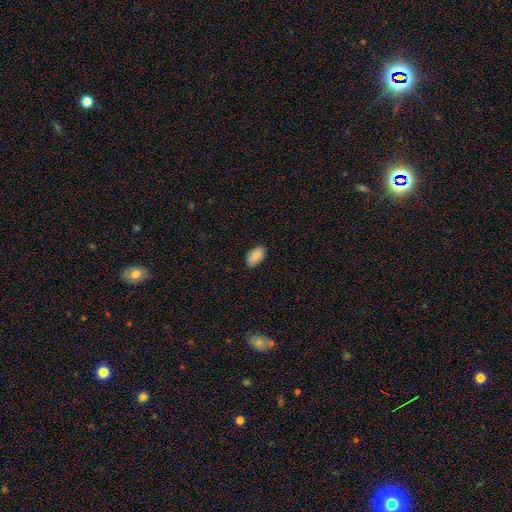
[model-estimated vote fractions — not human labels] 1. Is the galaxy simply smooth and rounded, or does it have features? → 88% smooth, 7% star or artifact, 5% featured or disk.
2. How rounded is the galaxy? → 94% in between, 4% round, 2% cigar-shaped.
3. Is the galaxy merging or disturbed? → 86% none, 11% minor disturbance, 2% major disturbance, 1% merger.